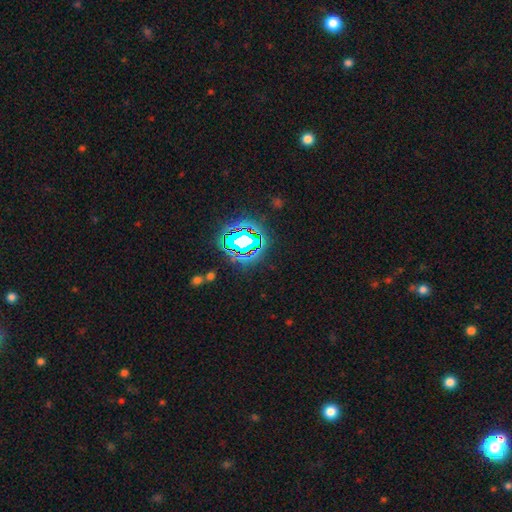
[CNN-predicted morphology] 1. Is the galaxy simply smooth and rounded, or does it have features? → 82% star or artifact, 11% smooth, 7% featured or disk.